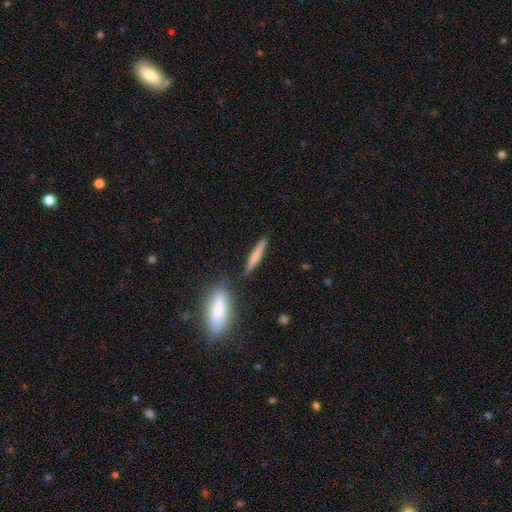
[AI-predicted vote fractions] smooth-or-featured: smooth: 68% | featured or disk: 26% | star or artifact: 6%
  how-rounded: cigar-shaped: 92% | in between: 7% | round: 2%
  merging: none: 81% | minor disturbance: 10% | merger: 6% | major disturbance: 2%